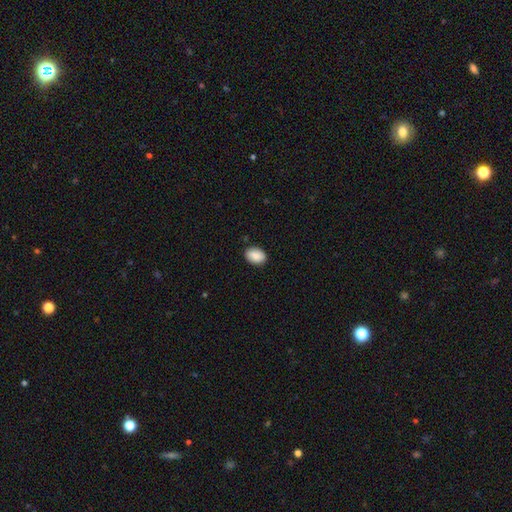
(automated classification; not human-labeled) A smooth galaxy with no disk features (89%) that is in between round and cigar-shaped (78%).

Vote fractions:
- Smooth or featured? smooth: 89% / star or artifact: 7% / featured or disk: 4%
- How rounded? in between: 78% / round: 21% / cigar-shaped: 1%
- Merging? none: 88% / minor disturbance: 9% / major disturbance: 2% / merger: 1%